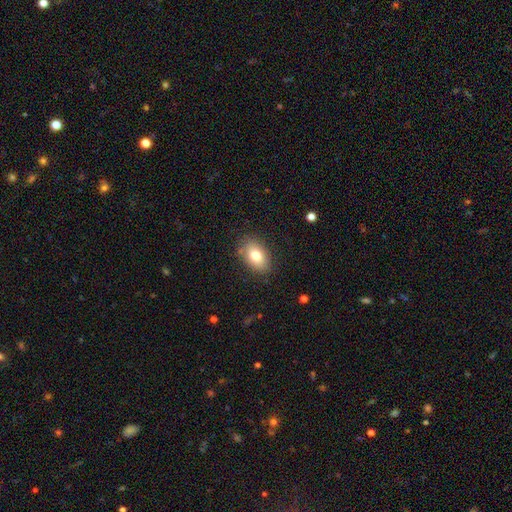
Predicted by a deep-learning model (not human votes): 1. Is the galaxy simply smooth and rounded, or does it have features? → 78% smooth, 14% featured or disk, 9% star or artifact.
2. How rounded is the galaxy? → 87% in between, 11% round, 2% cigar-shaped.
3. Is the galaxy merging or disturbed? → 84% none, 12% minor disturbance, 3% major disturbance, 1% merger.